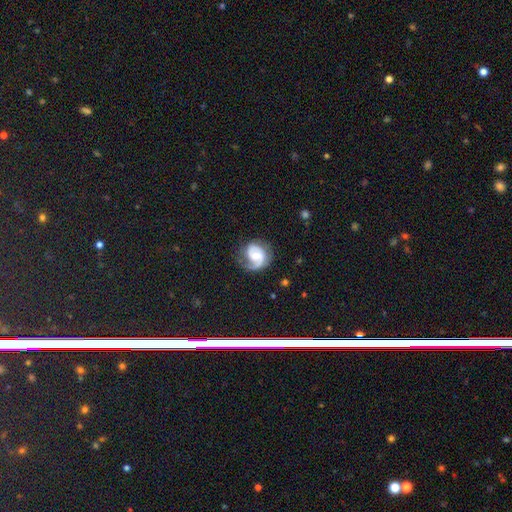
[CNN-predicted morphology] featured or disk 82%, smooth 13%, star or artifact 6%. Down the decision tree: edge-on disk — no (98%); bar — no (49%); spiral arms — yes (95%); spiral arm count — 2 (58%); spiral winding — medium (43%); bulge size — moderate (61%); merging — none (67%).